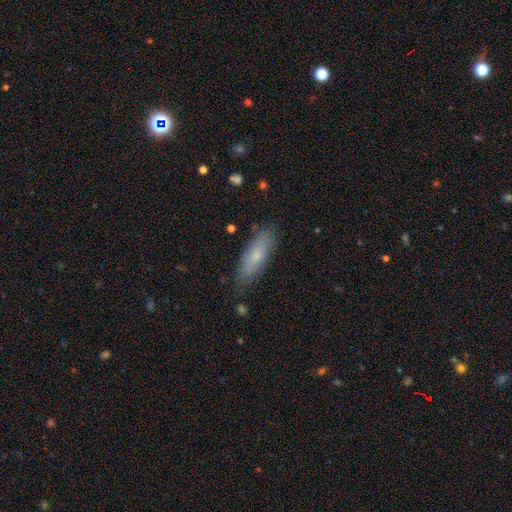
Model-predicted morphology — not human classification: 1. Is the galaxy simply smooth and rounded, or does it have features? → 69% smooth, 24% featured or disk, 7% star or artifact.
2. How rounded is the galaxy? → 49% in between (tied), 49% cigar-shaped (tied), 2% round.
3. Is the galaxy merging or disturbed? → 82% none, 14% minor disturbance, 3% major disturbance, 2% merger.